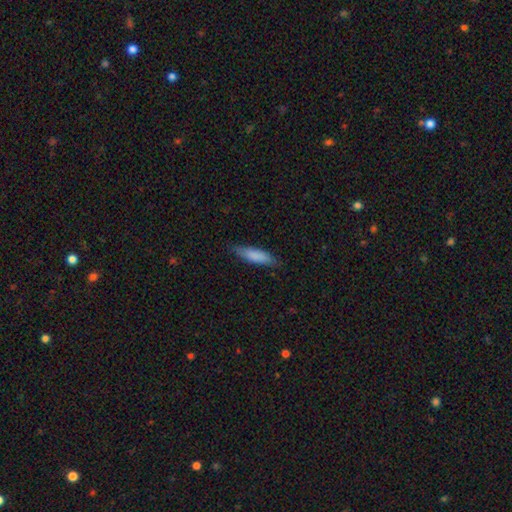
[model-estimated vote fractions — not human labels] A smooth galaxy with no disk features (84%) that is cigar-shaped (61%).

Vote fractions:
- Smooth or featured? smooth: 84% / featured or disk: 11% / star or artifact: 6%
- How rounded? cigar-shaped: 61% / in between: 38% / round: 1%
- Merging? none: 81% / minor disturbance: 15% / major disturbance: 3% / merger: 1%